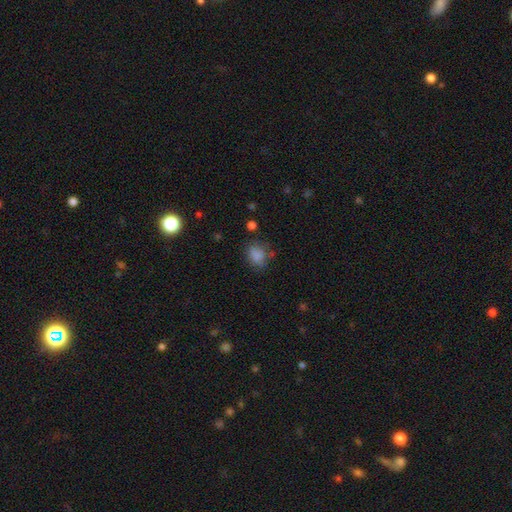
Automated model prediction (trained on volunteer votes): Q: Smooth or featured?
A: smooth (76%); runner-up: star or artifact (17%)
Q: How rounded?
A: in between (53%); runner-up: round (45%)
Q: Merging?
A: none (69%); runner-up: minor disturbance (20%)